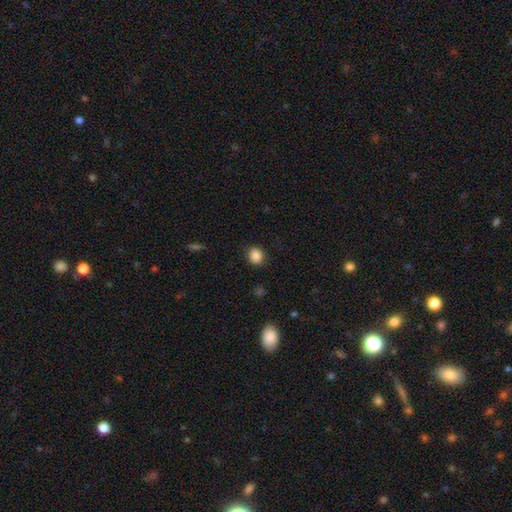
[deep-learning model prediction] The model was most divided on "how rounded": round: 73%, in between: 26%, cigar-shaped: 1%. More confident: merging — none (87%); smooth or featured — smooth (86%).